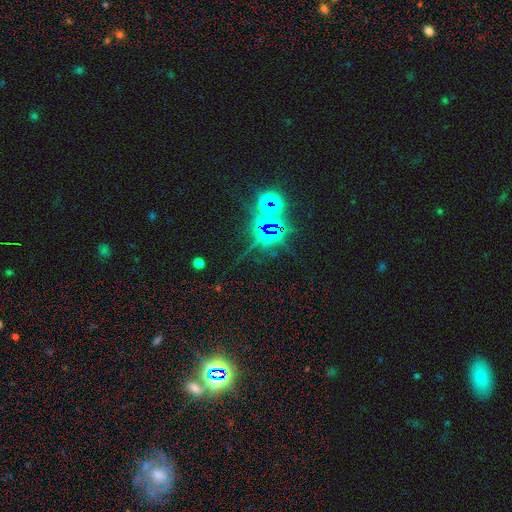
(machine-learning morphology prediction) type=star or artifact (53%).